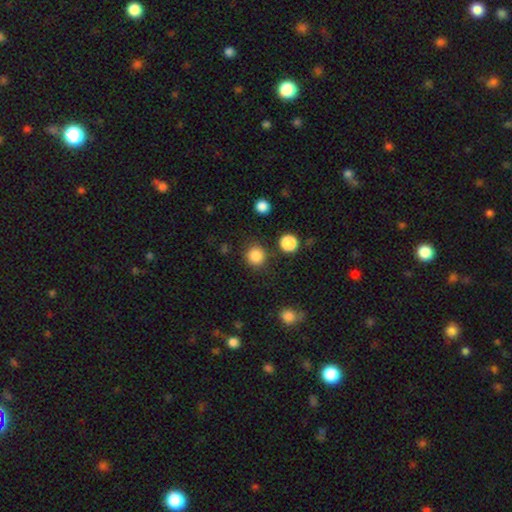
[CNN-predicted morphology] Smooth or featured?
  - smooth: 86% *
  - star or artifact: 11%
  - featured or disk: 3%
How rounded?
  - round: 92% *
  - in between: 7%
  - cigar-shaped: 1%
Merging?
  - none: 86% *
  - minor disturbance: 8%
  - merger: 3%
  - major disturbance: 3%